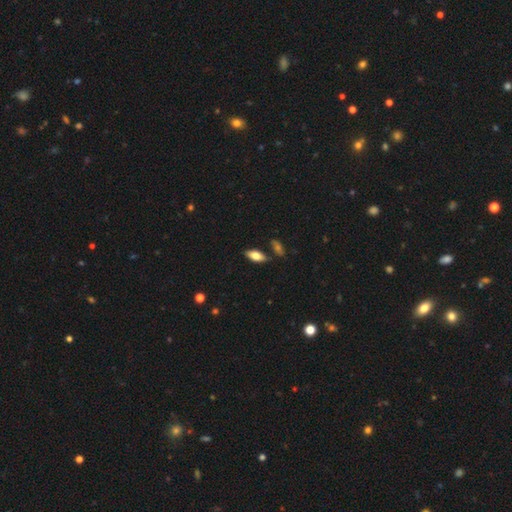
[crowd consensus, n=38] Morphology: type=smooth (71%); roundness=in between (89%); merging=none (83%).